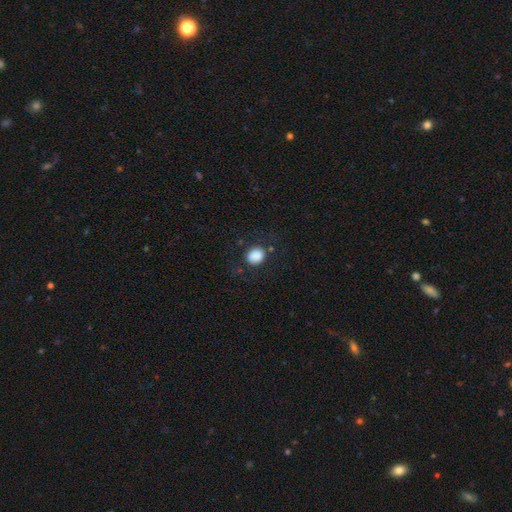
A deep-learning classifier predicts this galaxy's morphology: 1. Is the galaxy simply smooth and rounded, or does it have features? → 87% smooth, 9% star or artifact, 4% featured or disk.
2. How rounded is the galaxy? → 63% round, 36% in between, 1% cigar-shaped.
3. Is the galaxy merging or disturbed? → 80% none, 12% minor disturbance, 6% major disturbance, 2% merger.